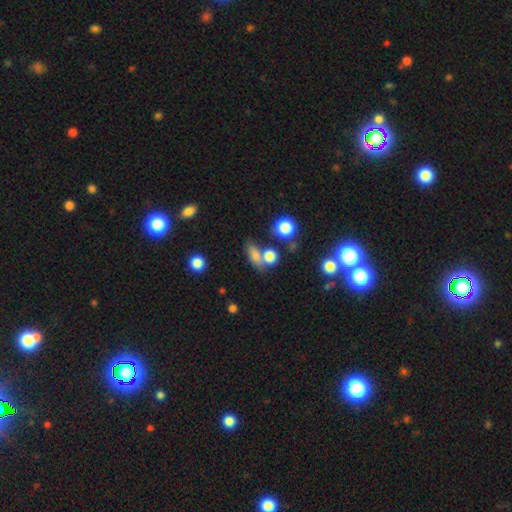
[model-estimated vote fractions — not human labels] smooth_or_featured: smooth (p=0.75) [alt: star or artifact p=0.14]
how_rounded: in between (p=0.58) [alt: round p=0.28]
merging: none (p=0.48) [alt: merger p=0.31]